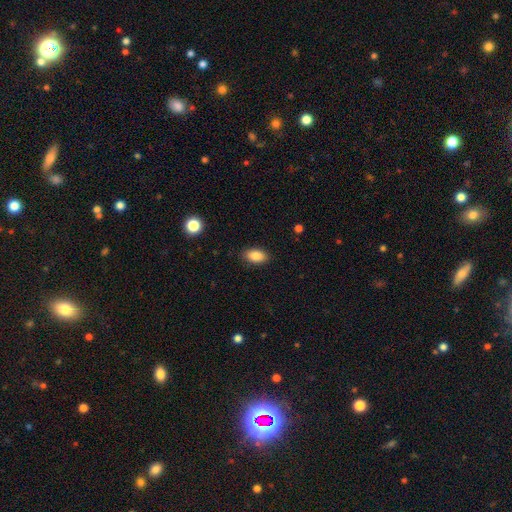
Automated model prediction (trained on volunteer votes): Morphology: type=smooth (86%); roundness=in between (91%); merging=none (87%).